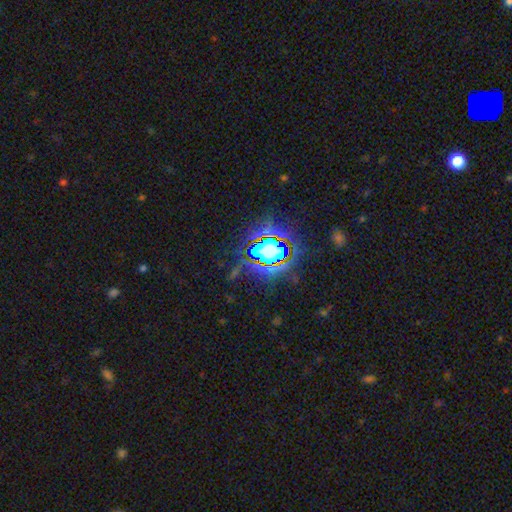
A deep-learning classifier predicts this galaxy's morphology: type=star or artifact (79%).